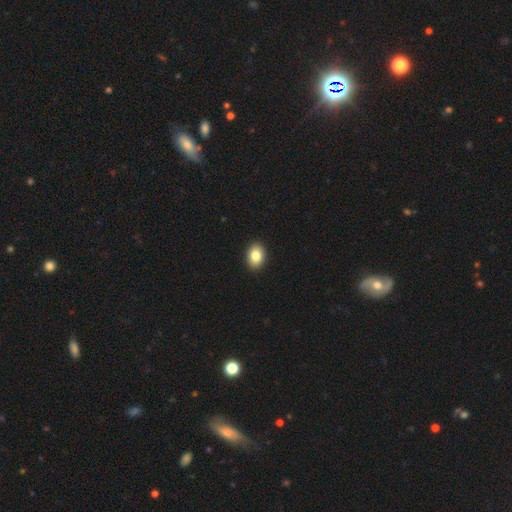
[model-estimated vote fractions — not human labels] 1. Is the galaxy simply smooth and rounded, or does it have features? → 84% smooth, 8% star or artifact, 8% featured or disk.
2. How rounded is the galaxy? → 75% in between, 24% round, 1% cigar-shaped.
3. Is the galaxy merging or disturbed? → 92% none, 6% minor disturbance, 1% major disturbance, 1% merger.